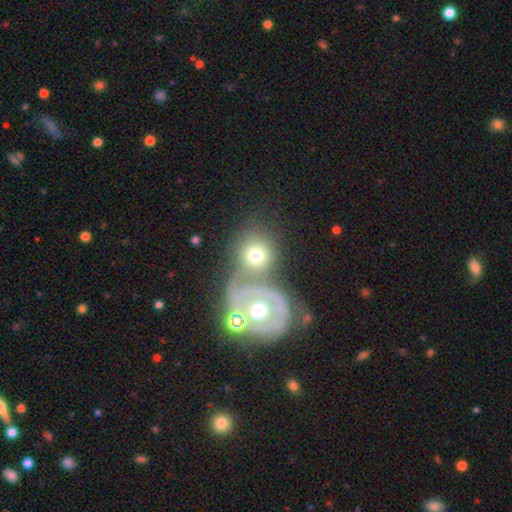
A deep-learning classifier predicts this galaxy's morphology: This appears to be a smooth galaxy with no disk features (58%) that is round (70%). Merging: merger (55%).